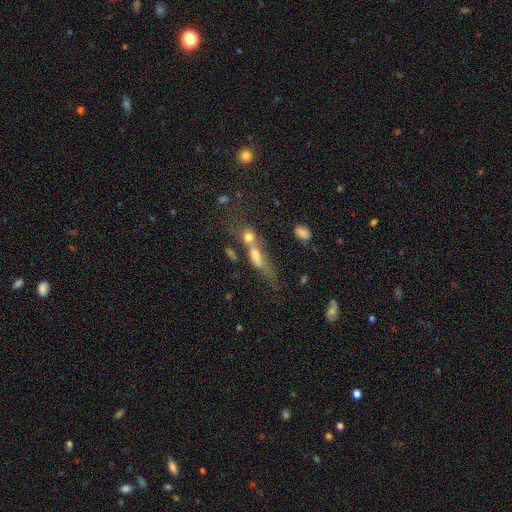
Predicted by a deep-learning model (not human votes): smooth-or-featured: smooth: 51% | featured or disk: 36% | star or artifact: 14%
  how-rounded: in between: 44% (tied) | cigar-shaped: 44% (tied) | round: 12%
  merging: merger: 54% | none: 20% | major disturbance: 15% | minor disturbance: 11%